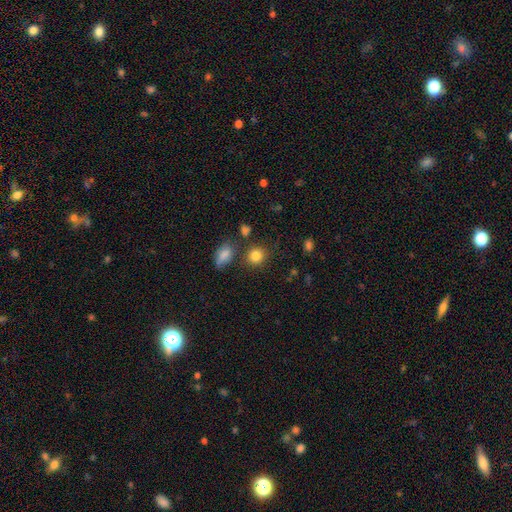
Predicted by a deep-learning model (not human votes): smooth 83%, star or artifact 11%, featured or disk 6%. Down the decision tree: how rounded — round (83%); merging — none (79%).